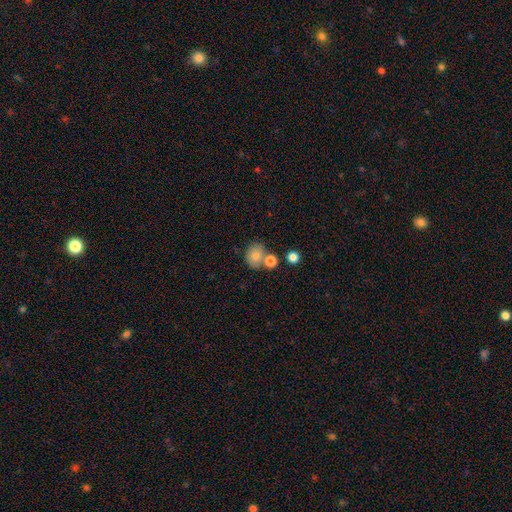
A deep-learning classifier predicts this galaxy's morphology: This appears to be a smooth galaxy with no disk features (79%) that is round (64%). Merging: none (56%).